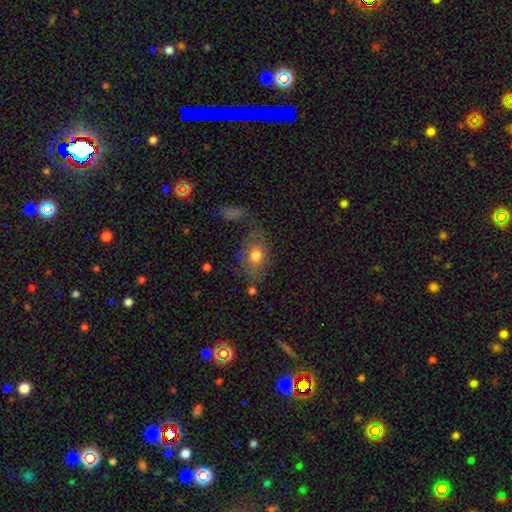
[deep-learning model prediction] Overall: smooth (71%). How rounded: in between (67%; round 31%). Merging: none (59%; minor disturbance 22%).